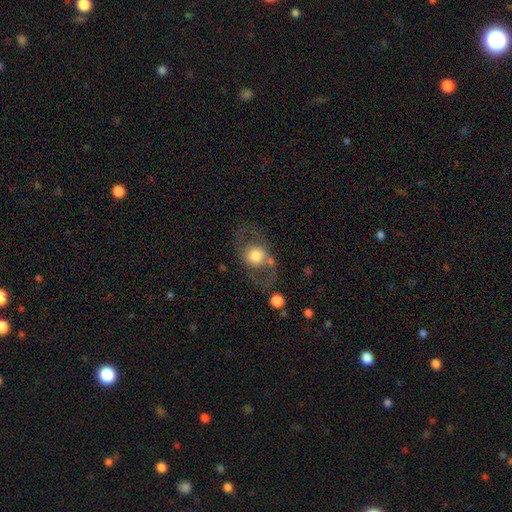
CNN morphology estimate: smooth_or_featured: smooth (p=0.53) [alt: featured or disk p=0.40]
how_rounded: round (p=0.55) [alt: in between p=0.44]
merging: none (p=0.63) [alt: minor disturbance p=0.17]